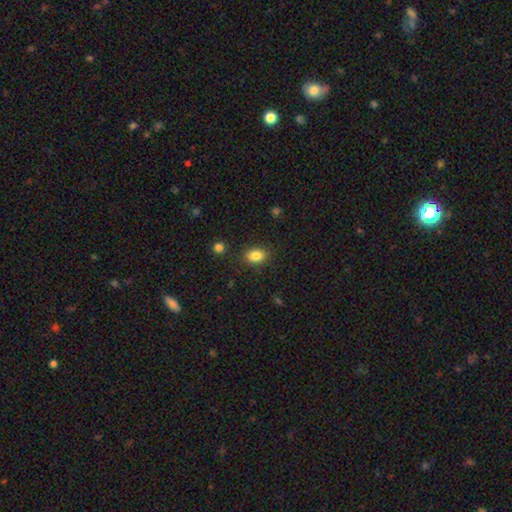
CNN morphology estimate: This is clearly a smooth galaxy (85%). How rounded: likely in between (73%). Merging: clearly none (84%).